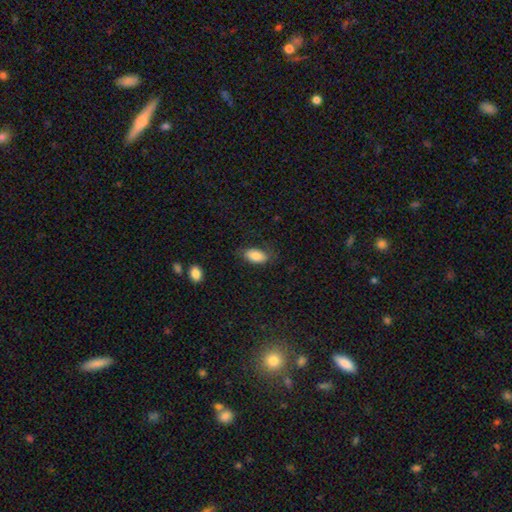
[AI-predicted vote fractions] smooth-or-featured: smooth: 84% | featured or disk: 9% | star or artifact: 7%
  how-rounded: in between: 92% | cigar-shaped: 4% | round: 4%
  merging: none: 70% | minor disturbance: 21% | major disturbance: 8% | merger: 1%